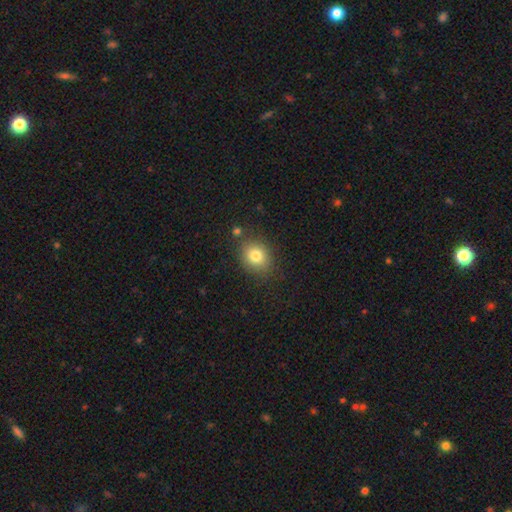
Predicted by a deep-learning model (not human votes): Overall: smooth (80%). How rounded: round (64%; in between 35%). Merging: none (81%).